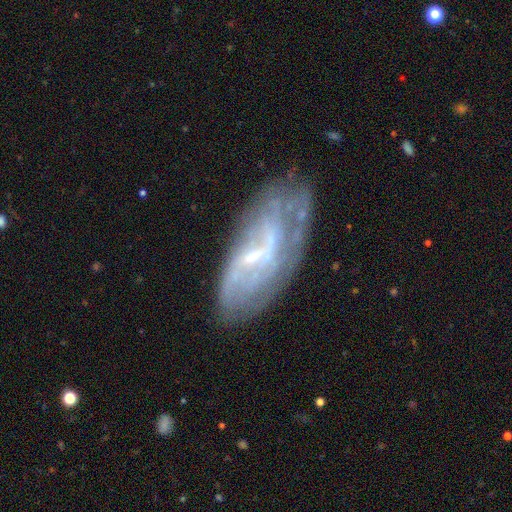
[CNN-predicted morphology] Overall: featured or disk (74%). Edge-on disk: no (91%). Bar: weak (45%; no 36%). Spiral arms: yes (69%; no 31%). Bulge size: small (72%). Merging: none (57%; minor disturbance 24%).